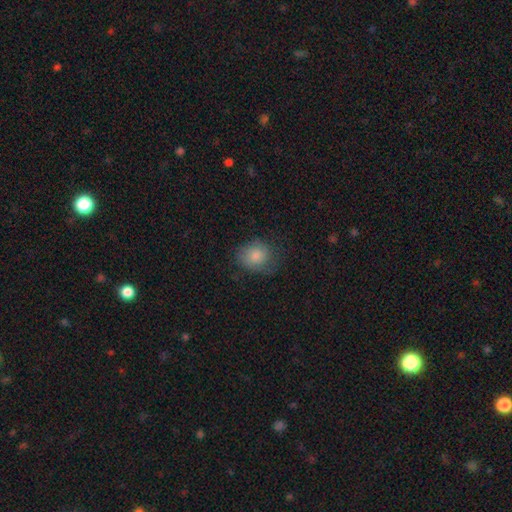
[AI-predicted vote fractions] A smooth galaxy with no disk features (80%) that is round (70%). Merging: none (63%).